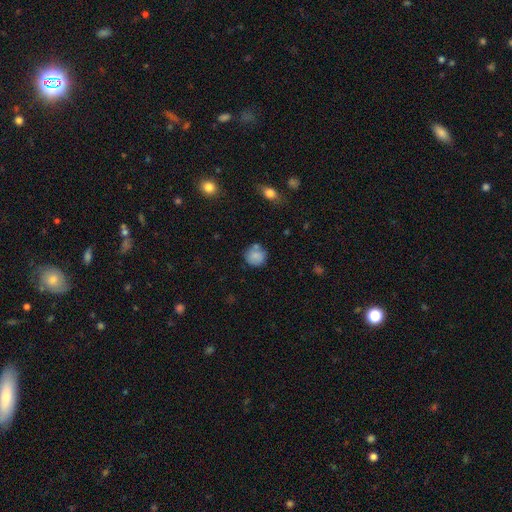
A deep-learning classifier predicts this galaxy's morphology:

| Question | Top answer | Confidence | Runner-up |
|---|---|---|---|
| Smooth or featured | smooth | 82% | featured or disk (9%) |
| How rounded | round | 88% | in between (11%) |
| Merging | none | 72% | minor disturbance (15%) |